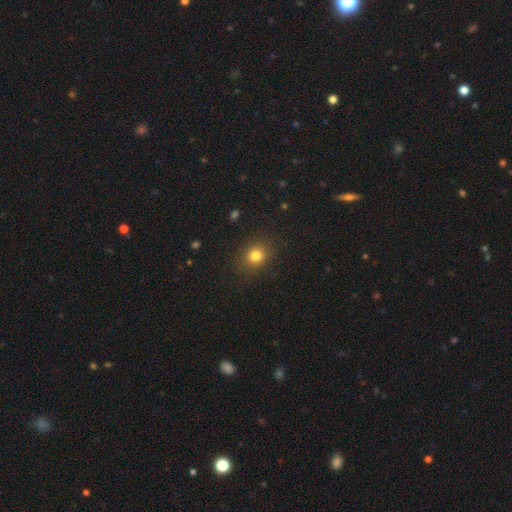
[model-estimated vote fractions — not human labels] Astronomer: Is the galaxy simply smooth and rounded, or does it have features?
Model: smooth — 80%.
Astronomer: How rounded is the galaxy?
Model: round — 71%.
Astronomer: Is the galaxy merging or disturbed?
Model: none — 87%.